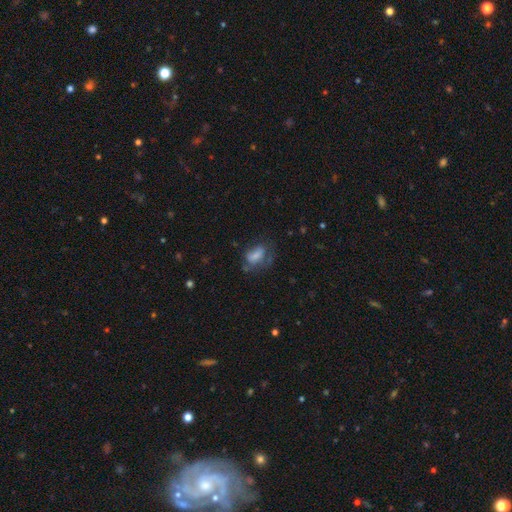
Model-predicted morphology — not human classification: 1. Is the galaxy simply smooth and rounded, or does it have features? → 64% smooth, 25% featured or disk, 11% star or artifact.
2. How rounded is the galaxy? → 85% in between, 10% round, 5% cigar-shaped.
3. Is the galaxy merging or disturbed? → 38% none, 30% major disturbance, 28% minor disturbance, 4% merger.